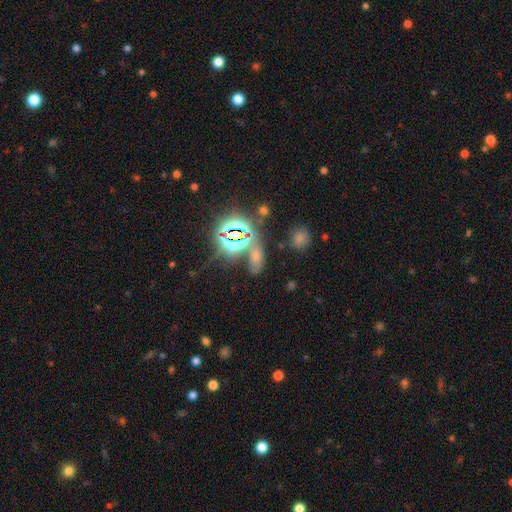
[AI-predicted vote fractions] A star or artifact, not a galaxy (51%).